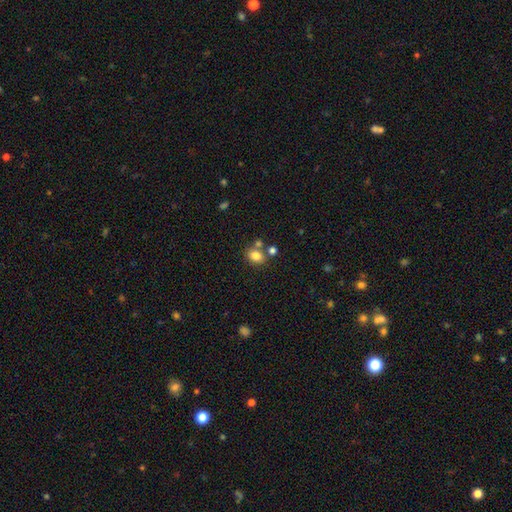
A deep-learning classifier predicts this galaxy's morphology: The model was most divided on "how rounded": in between: 54%, round: 45%, cigar-shaped: 1%. More confident: smooth or featured — smooth (82%); merging — none (63%).